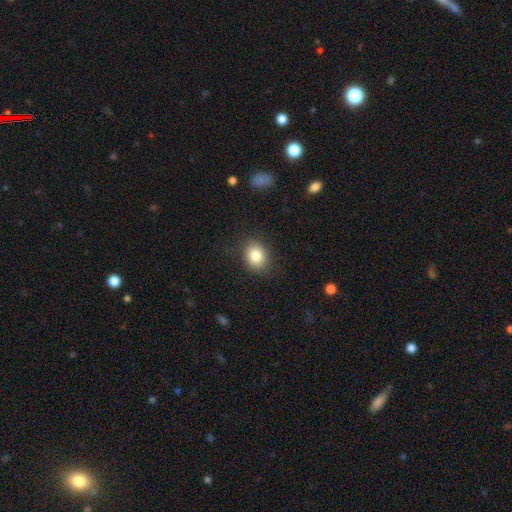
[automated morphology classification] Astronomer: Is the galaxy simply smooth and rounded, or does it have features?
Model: smooth — 82%.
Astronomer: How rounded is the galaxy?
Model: in between — 51% (runner-up: round, 48%).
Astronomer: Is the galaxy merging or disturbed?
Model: none — 85%.